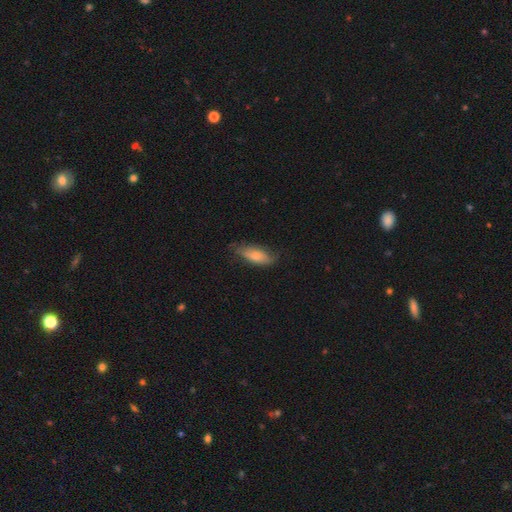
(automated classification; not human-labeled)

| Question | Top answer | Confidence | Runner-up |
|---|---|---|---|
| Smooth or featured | smooth | 75% | featured or disk (19%) |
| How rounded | in between | 72% | cigar-shaped (26%) |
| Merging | none | 64% | minor disturbance (28%) |